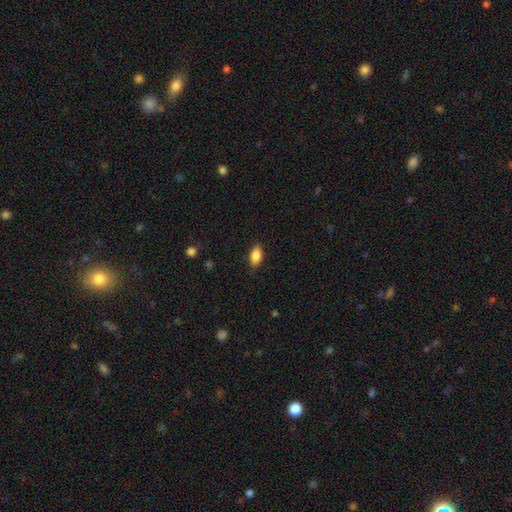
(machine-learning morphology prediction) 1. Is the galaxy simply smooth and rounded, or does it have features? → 84% smooth, 9% featured or disk, 8% star or artifact.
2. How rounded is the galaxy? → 88% in between, 7% cigar-shaped, 4% round.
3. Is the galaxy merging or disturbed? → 85% none, 11% minor disturbance, 3% major disturbance, 1% merger.